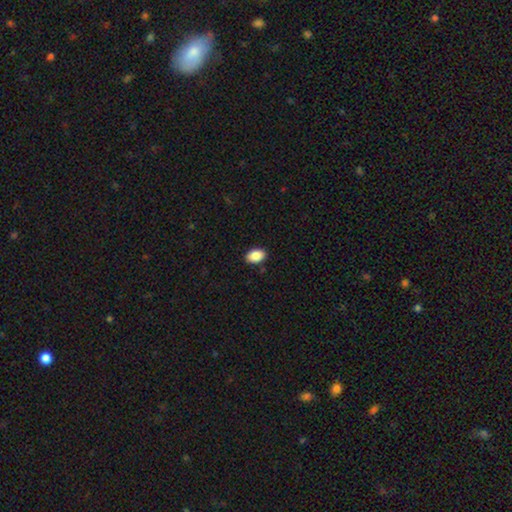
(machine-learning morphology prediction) This appears to be a smooth galaxy with no disk features (89%) that is in between round and cigar-shaped (88%). Merging: none (89%).